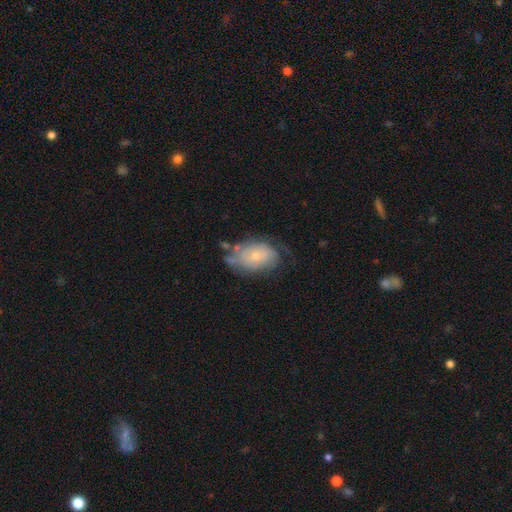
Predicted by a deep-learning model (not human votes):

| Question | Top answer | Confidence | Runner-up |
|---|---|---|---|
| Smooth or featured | featured or disk | 51% | smooth (41%) |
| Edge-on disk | no | 95% | yes (5%) |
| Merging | none | 46% | minor disturbance (31%) |